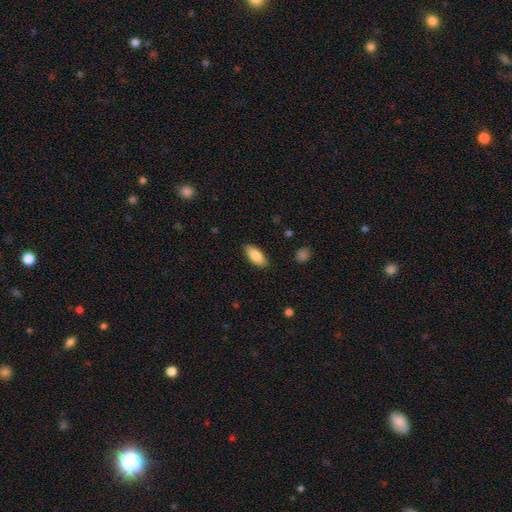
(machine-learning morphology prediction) A smooth galaxy with no disk features (88%) that is in between round and cigar-shaped (85%).

Vote fractions:
- Smooth or featured? smooth: 88% / featured or disk: 6% / star or artifact: 6%
- How rounded? in between: 85% / cigar-shaped: 13% / round: 2%
- Merging? none: 87% / minor disturbance: 9% / major disturbance: 2% / merger: 1%